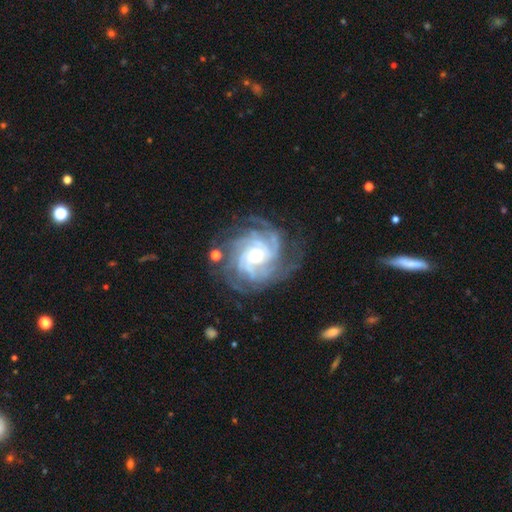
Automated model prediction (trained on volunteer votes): Smooth or featured: featured or disk — 90% (star or artifact — 5%)
Edge-on disk: no — 97% (yes — 3%)
Bar: no — 67% (weak — 25%)
Spiral arms: yes — 97% (no — 3%)
Spiral winding: tight — 69% (medium — 26%)
Spiral arm count: 4 — 27% (can't tell — 23%)
Bulge size: moderate — 54% (small — 40%)
Merging: none — 74% (minor disturbance — 16%)